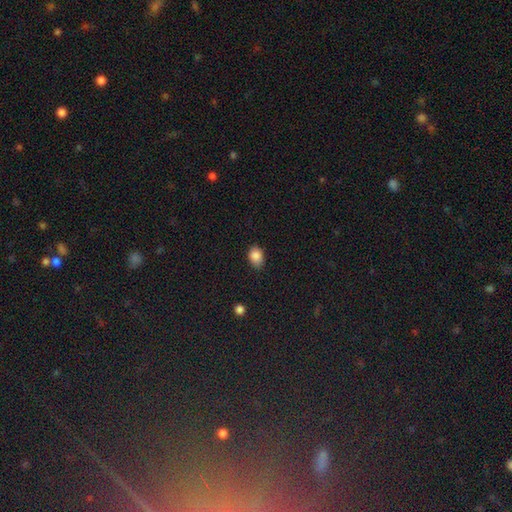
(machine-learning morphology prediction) Smooth or featured: smooth — 87% (star or artifact — 9%)
How rounded: in between — 65% (round — 34%)
Merging: none — 73% (minor disturbance — 22%)